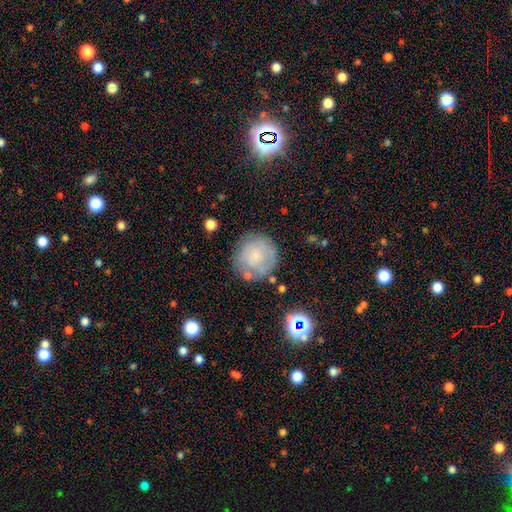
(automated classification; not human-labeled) Smooth or featured? smooth (60%)
How rounded? round (92%)
Merging? none (70%)